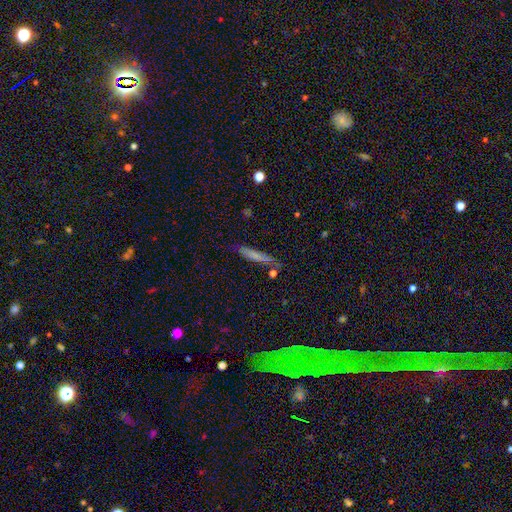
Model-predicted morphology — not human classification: Smooth or featured: smooth — 67% (featured or disk — 25%)
How rounded: cigar-shaped — 91% (in between — 7%)
Merging: none — 77% (minor disturbance — 15%)